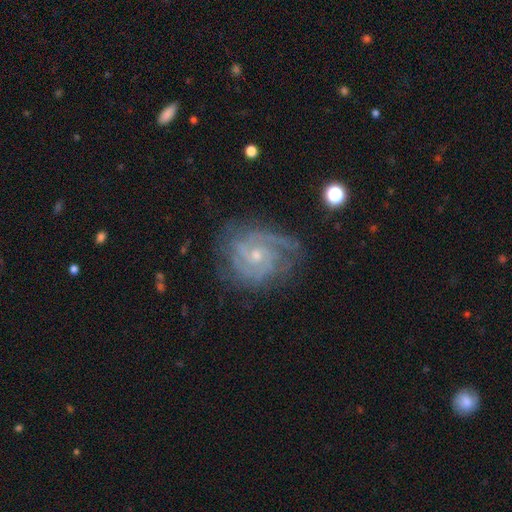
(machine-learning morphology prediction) smooth_or_featured: featured or disk (p=0.87) [alt: smooth p=0.07]
disk_edge_on: no (p=0.98) [alt: yes p=0.02]
bar: no (p=0.69) [alt: weak p=0.27]
has_spiral_arms: yes (p=0.97) [alt: no p=0.03]
spiral_winding: tight (p=0.61) [alt: medium p=0.33]
spiral_arm_count: 2 (p=0.34) [alt: 3 p=0.26]
bulge_size: small (p=0.65) [alt: moderate p=0.32]
merging: none (p=0.70) [alt: minor disturbance p=0.20]